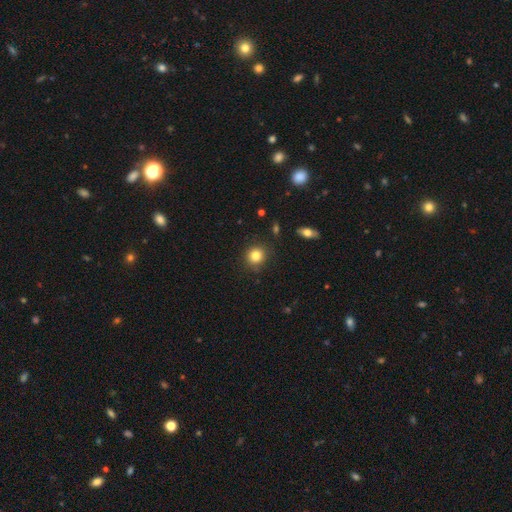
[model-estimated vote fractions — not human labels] The model was most divided on "smooth or featured": smooth: 83%, star or artifact: 11%, featured or disk: 6%. More confident: how rounded — round (88%); merging — none (86%).